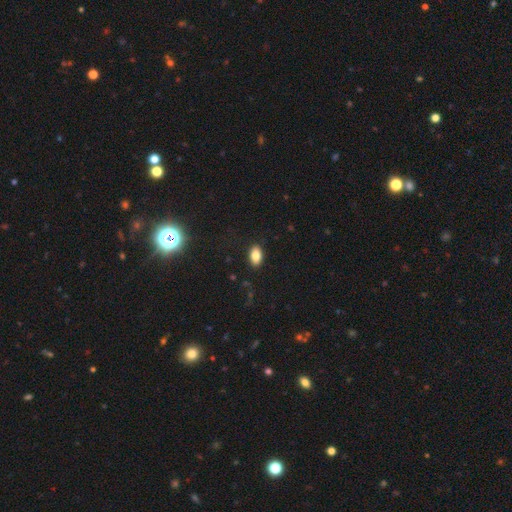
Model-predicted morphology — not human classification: Overall: smooth (82%). How rounded: in between (90%). Merging: none (88%).